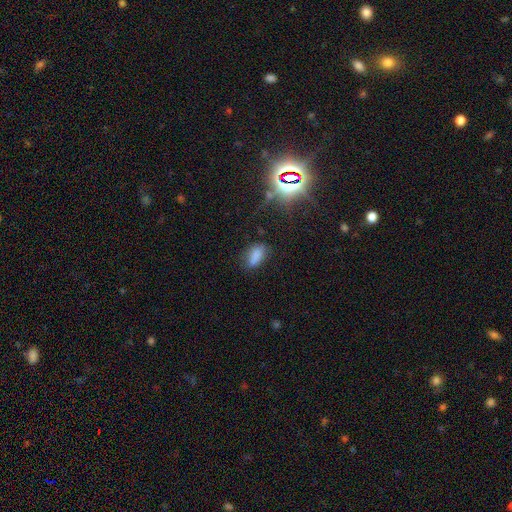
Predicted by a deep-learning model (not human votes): smooth 79%, star or artifact 13%, featured or disk 7%. Down the decision tree: how rounded — in between (84%); merging — none (72%).